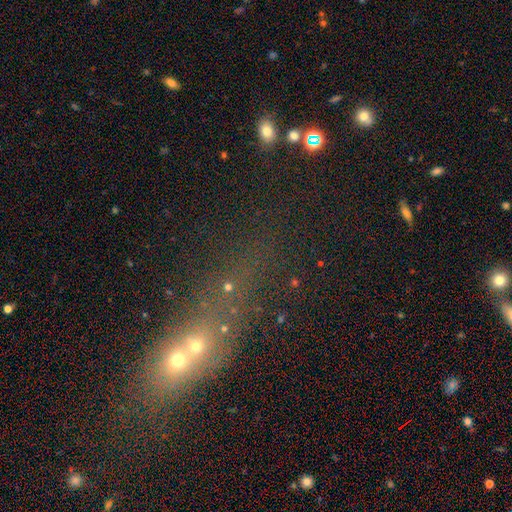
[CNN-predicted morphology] The model was most divided on "smooth or featured": star or artifact: 44%, smooth: 35%, featured or disk: 21%.